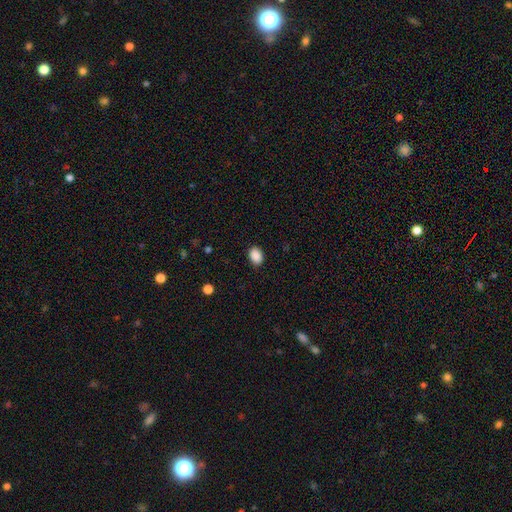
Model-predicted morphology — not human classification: The model was most divided on "how rounded": in between: 76%, round: 23%, cigar-shaped: 1%. More confident: smooth or featured — smooth (89%); merging — none (88%).